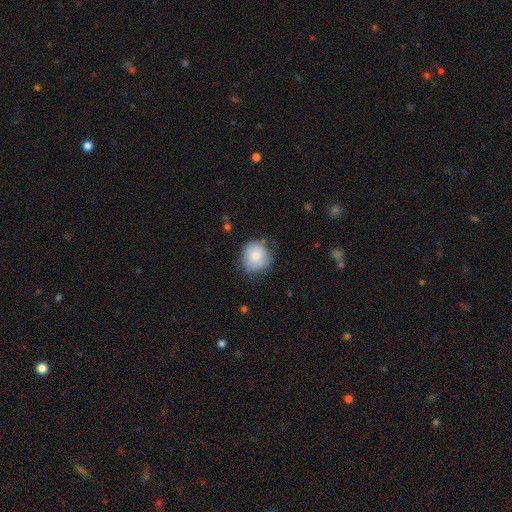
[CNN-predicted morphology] type=smooth (74%); roundness=round (84%); merging=none (67%).